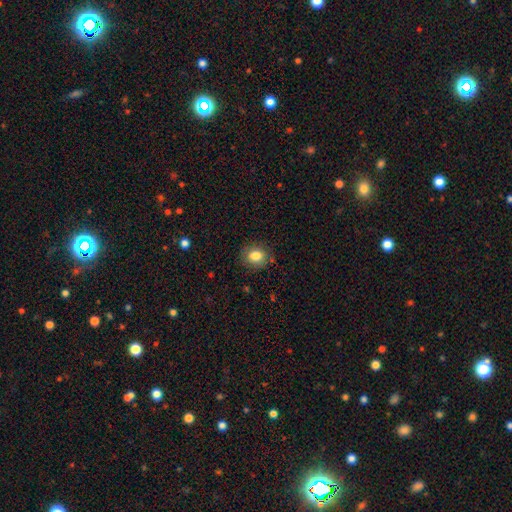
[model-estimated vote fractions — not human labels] A smooth galaxy with no disk features (83%) that is round (66%).

Vote fractions:
- Smooth or featured? smooth: 83% / star or artifact: 10% / featured or disk: 7%
- How rounded? round: 66% / in between: 33% / cigar-shaped: 1%
- Merging? none: 85% / minor disturbance: 11% / major disturbance: 3% / merger: 1%